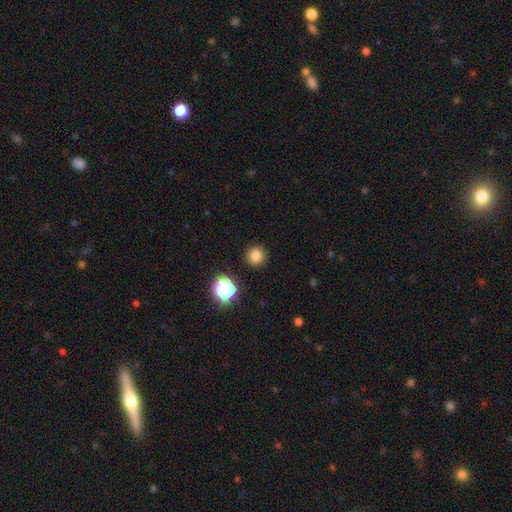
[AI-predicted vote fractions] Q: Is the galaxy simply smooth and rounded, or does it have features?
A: smooth — 81%.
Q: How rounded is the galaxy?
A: round — 94%.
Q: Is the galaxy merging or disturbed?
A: none — 92%.